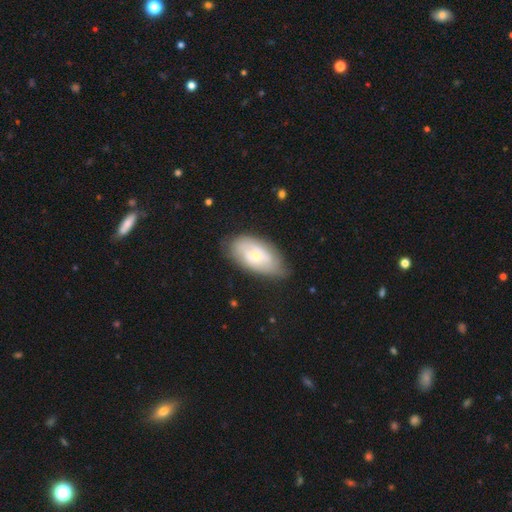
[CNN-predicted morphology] Overall: featured or disk (52%; smooth 42%). Edge-on disk: no (92%). Merging: none (65%; minor disturbance 26%).